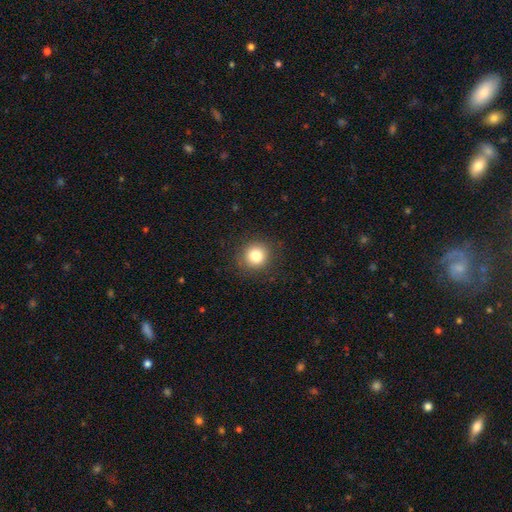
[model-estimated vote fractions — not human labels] Smooth or featured? Predicted: smooth (p=0.82). How rounded? Predicted: round (p=0.91). Merging? Predicted: none (p=0.89).